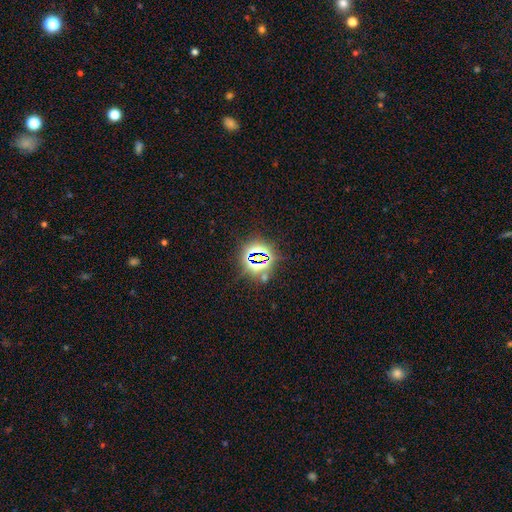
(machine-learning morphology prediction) Q: Smooth or featured?
A: star or artifact (77%); runner-up: smooth (14%)